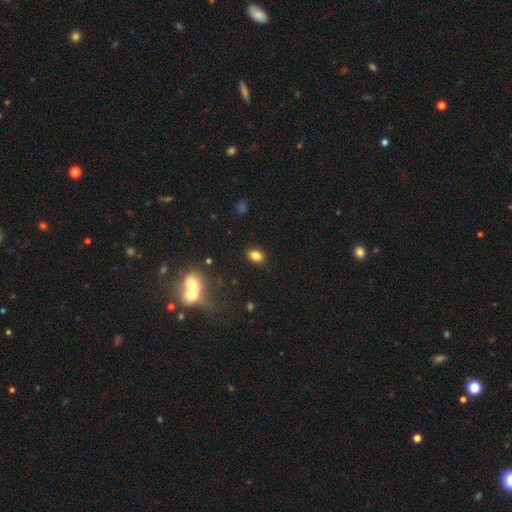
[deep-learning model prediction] Q: Smooth or featured?
A: smooth (82%); runner-up: star or artifact (11%)
Q: How rounded?
A: in between (79%); runner-up: round (19%)
Q: Merging?
A: none (86%); runner-up: minor disturbance (9%)